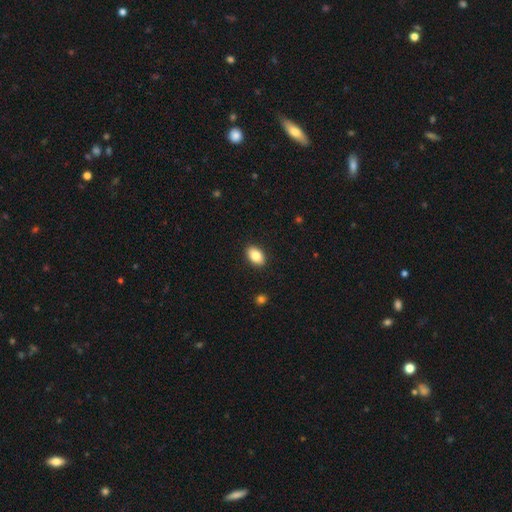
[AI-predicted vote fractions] This appears to be a smooth galaxy with no disk features (84%) that is in between round and cigar-shaped (90%). Merging: none (90%).